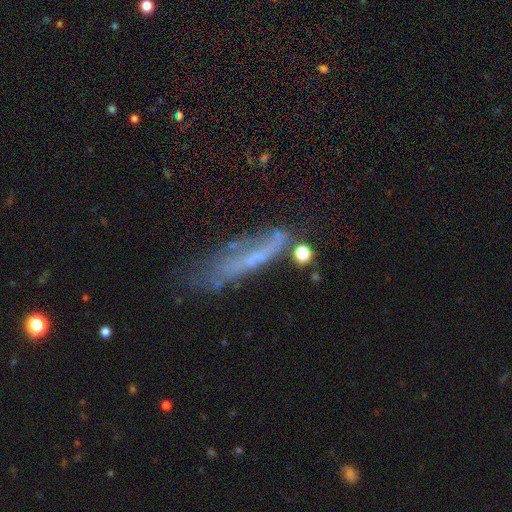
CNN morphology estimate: smooth_or_featured: featured or disk (p=0.49) [alt: smooth p=0.37]
merging: none (p=0.44) [alt: minor disturbance p=0.26]